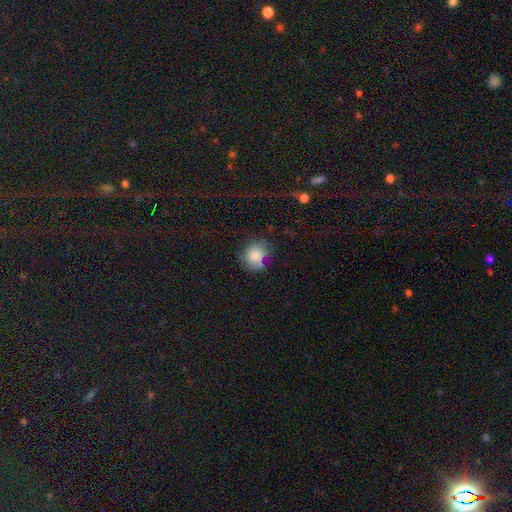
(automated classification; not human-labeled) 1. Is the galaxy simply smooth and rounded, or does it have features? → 79% smooth, 11% featured or disk, 10% star or artifact.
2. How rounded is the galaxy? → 74% round, 25% in between, 1% cigar-shaped.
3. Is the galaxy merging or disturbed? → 60% none, 25% minor disturbance, 9% major disturbance, 6% merger.